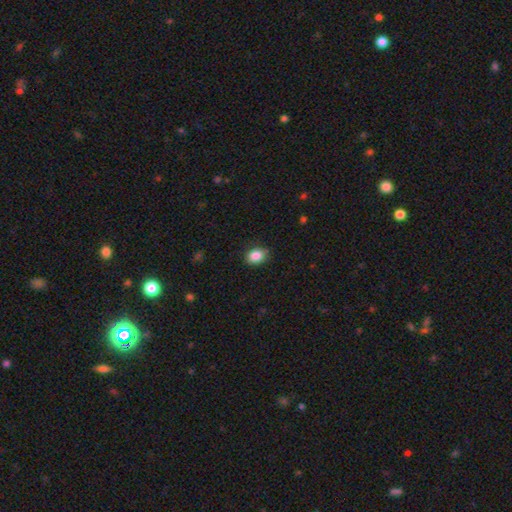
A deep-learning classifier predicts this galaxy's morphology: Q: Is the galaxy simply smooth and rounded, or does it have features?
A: smooth — 87%.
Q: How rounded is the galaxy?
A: in between — 68%.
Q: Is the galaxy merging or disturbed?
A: none — 84%.